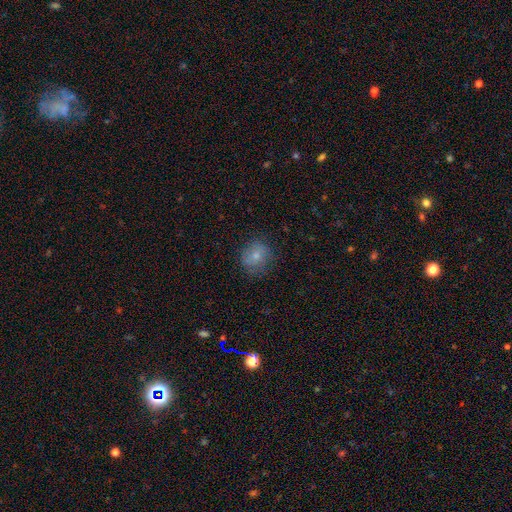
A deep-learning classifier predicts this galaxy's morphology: A smooth galaxy with no disk features (77%) that is round (75%). Merging: none (77%).